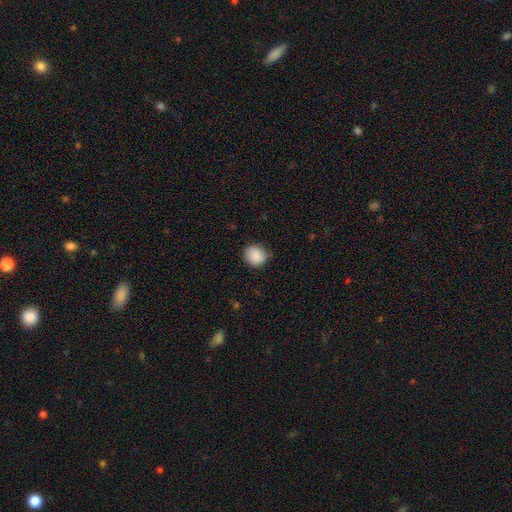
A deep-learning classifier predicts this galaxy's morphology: Q: Smooth or featured?
A: smooth (88%); runner-up: star or artifact (8%)
Q: How rounded?
A: round (84%); runner-up: in between (15%)
Q: Merging?
A: none (83%); runner-up: minor disturbance (13%)